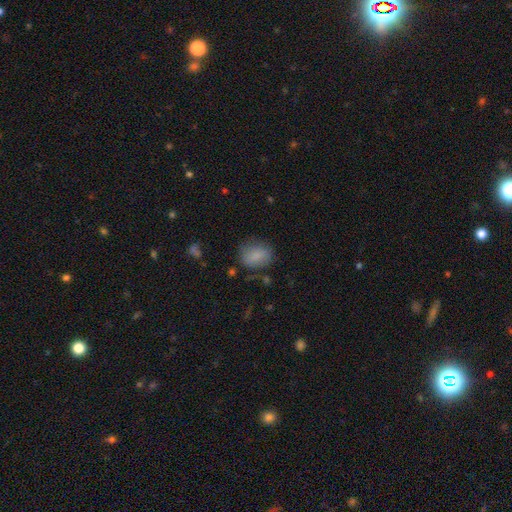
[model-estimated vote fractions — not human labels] A smooth galaxy with no disk features (82%) that is in between round and cigar-shaped (61%). Merging: none (70%).